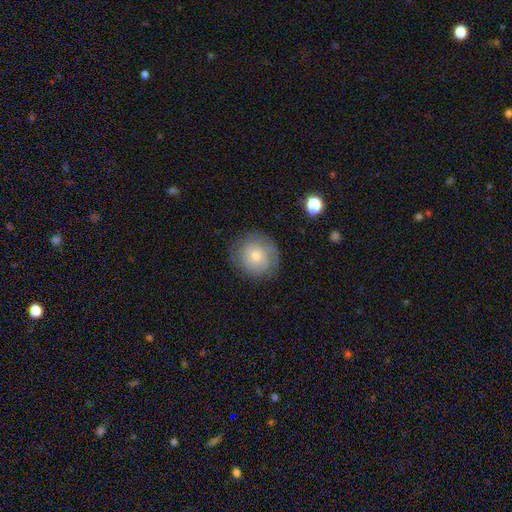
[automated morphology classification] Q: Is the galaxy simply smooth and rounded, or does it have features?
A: smooth — 53%.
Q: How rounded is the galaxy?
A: round — 89%.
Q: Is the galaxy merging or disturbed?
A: none — 79%.